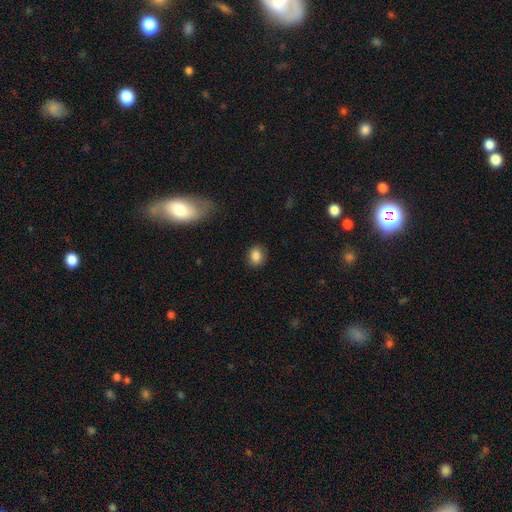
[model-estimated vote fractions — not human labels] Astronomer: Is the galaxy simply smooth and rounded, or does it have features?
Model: smooth — 86%.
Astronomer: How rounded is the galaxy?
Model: round — 57% (runner-up: in between, 42%).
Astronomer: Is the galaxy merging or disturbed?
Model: none — 85%.